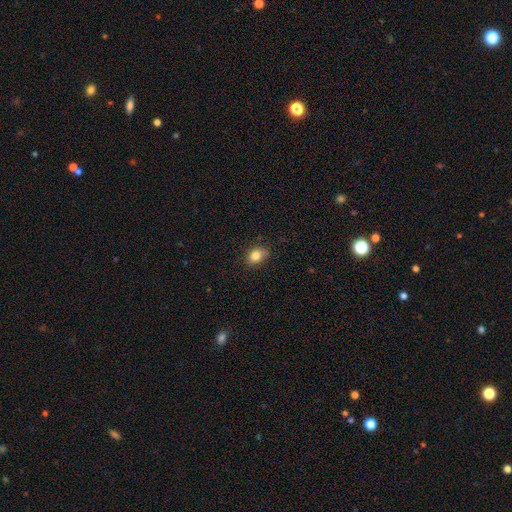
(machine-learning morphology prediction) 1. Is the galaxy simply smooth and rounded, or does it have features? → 83% smooth, 10% star or artifact, 7% featured or disk.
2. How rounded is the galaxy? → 70% in between, 29% round, 1% cigar-shaped.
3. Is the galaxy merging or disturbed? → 79% none, 17% minor disturbance, 3% major disturbance, 1% merger.